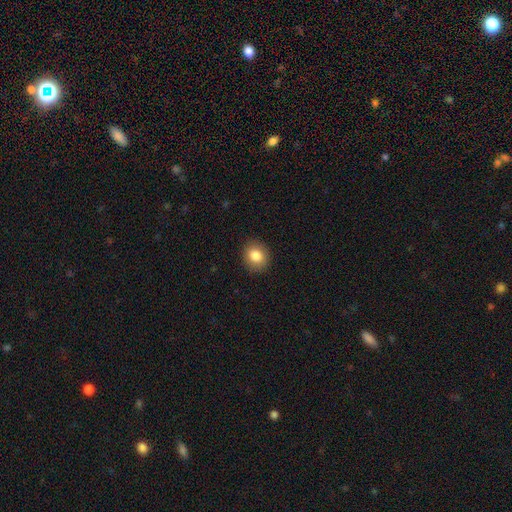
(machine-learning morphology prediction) Smooth or featured: smooth — 85% (star or artifact — 9%)
How rounded: round — 67% (in between — 32%)
Merging: none — 89% (minor disturbance — 8%)